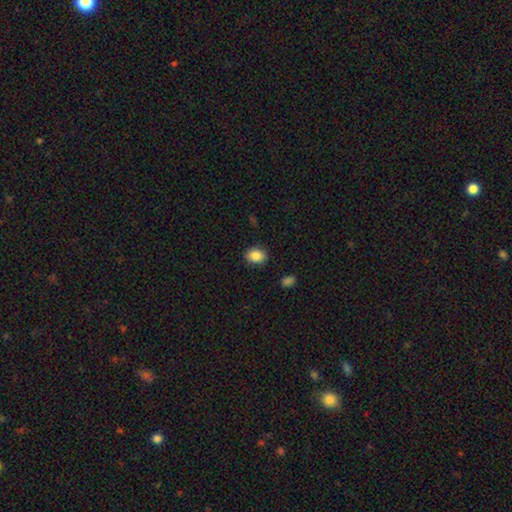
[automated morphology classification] Smooth or featured: smooth — 87% (star or artifact — 9%)
How rounded: in between — 62% (round — 37%)
Merging: none — 88% (minor disturbance — 9%)